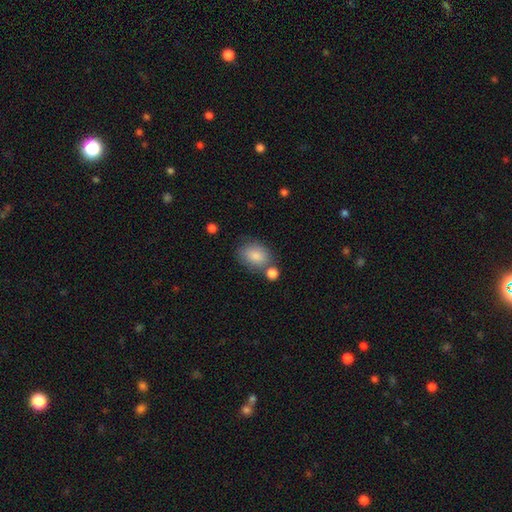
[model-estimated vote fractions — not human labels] smooth_or_featured: smooth (p=0.85) [alt: featured or disk p=0.07]
how_rounded: in between (p=0.72) [alt: round p=0.27]
merging: none (p=0.59) [alt: merger p=0.18]